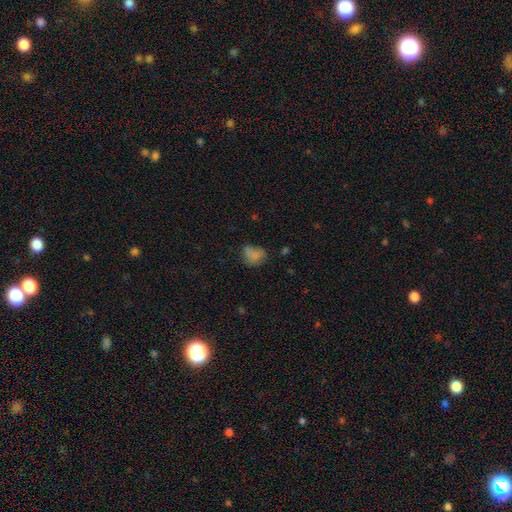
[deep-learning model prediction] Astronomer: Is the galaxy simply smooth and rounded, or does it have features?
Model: smooth — 71%.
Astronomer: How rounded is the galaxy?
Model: in between — 60% (runner-up: round, 38%).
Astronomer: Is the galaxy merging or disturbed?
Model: none — 50% (runner-up: minor disturbance, 28%).